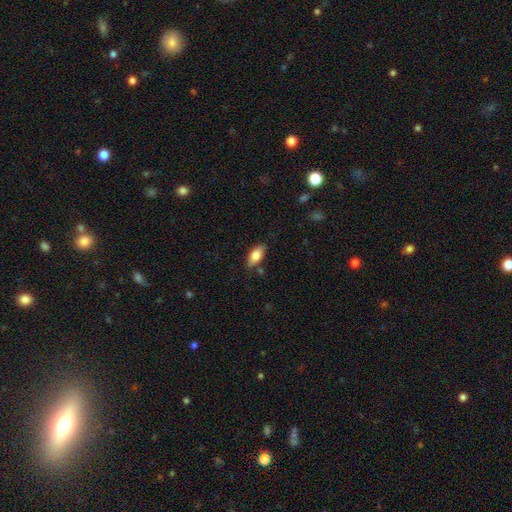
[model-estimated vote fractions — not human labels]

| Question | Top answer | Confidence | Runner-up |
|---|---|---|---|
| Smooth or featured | smooth | 79% | featured or disk (14%) |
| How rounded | in between | 88% | cigar-shaped (9%) |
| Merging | none | 78% | minor disturbance (15%) |